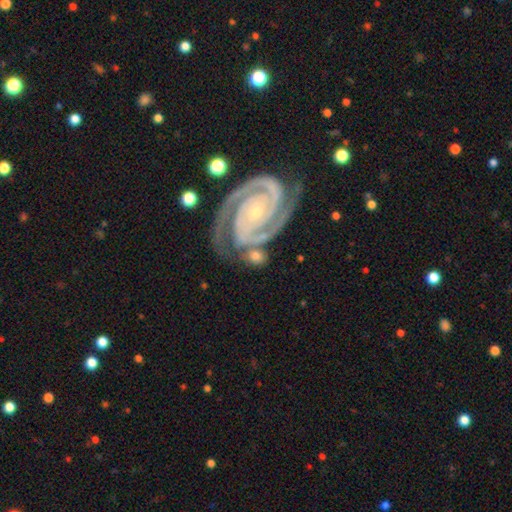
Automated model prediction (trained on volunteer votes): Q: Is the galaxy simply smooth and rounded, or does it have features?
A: featured or disk — 74%.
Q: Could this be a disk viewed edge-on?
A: no — 97%.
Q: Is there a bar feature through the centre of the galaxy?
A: no — 54%.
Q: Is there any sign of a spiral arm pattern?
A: yes — 97%.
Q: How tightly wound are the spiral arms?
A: tight — 67%.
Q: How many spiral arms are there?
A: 2 — 83%.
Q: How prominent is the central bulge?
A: small — 74%.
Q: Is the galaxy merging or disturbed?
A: none — 63%.